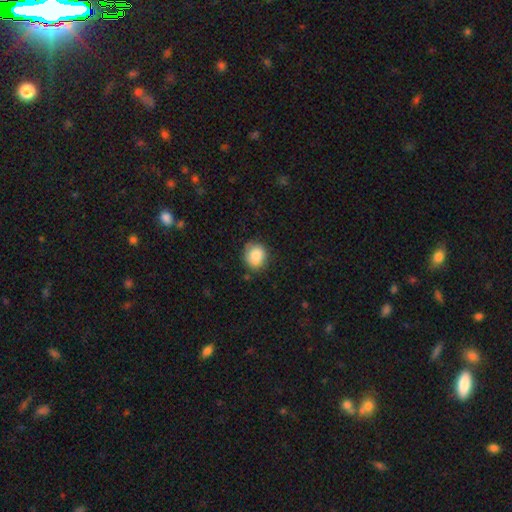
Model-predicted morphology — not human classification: Smooth or featured? smooth (85%)
How rounded? round (73%)
Merging? none (76%)